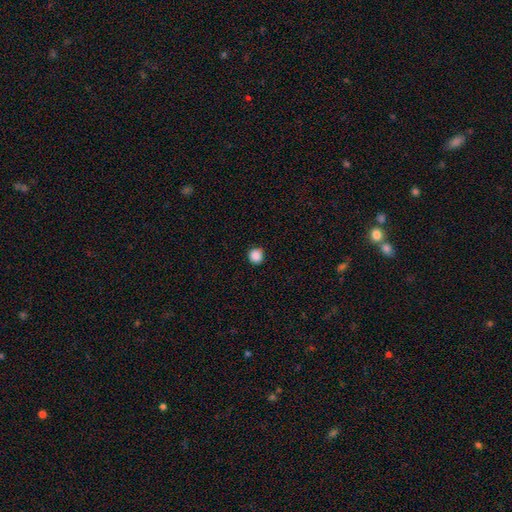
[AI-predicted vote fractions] smooth_or_featured: smooth (p=0.88) [alt: star or artifact p=0.10]
how_rounded: round (p=0.94) [alt: in between p=0.05]
merging: none (p=0.91) [alt: minor disturbance p=0.06]